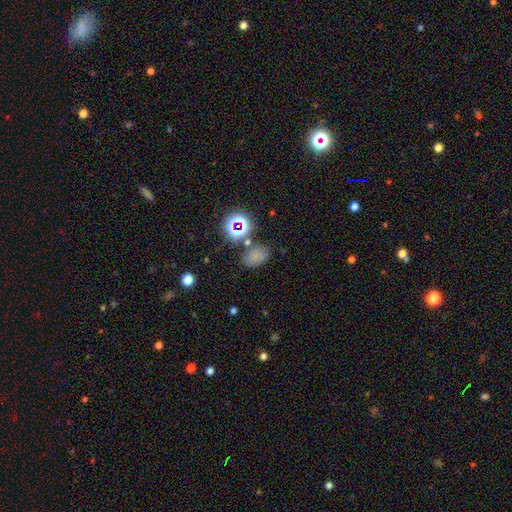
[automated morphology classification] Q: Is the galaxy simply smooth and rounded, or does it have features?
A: smooth — 65%.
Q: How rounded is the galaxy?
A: in between — 79%.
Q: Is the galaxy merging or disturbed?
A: none — 72%.